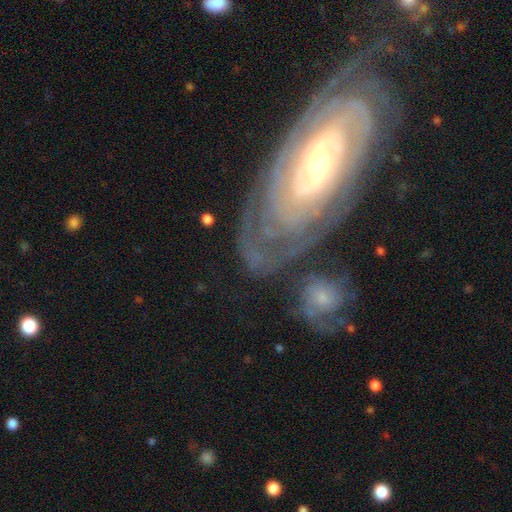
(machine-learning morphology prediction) The model was most divided on "bulge size" (2-way tie): moderate: 44%, small: 44%, large: 7%, none: 4%, dominant: 2%. More confident: edge-on disk — no (91%); spiral arms — yes (80%); smooth or featured — featured or disk (67%); merging — none (58%); bar — no (56%).